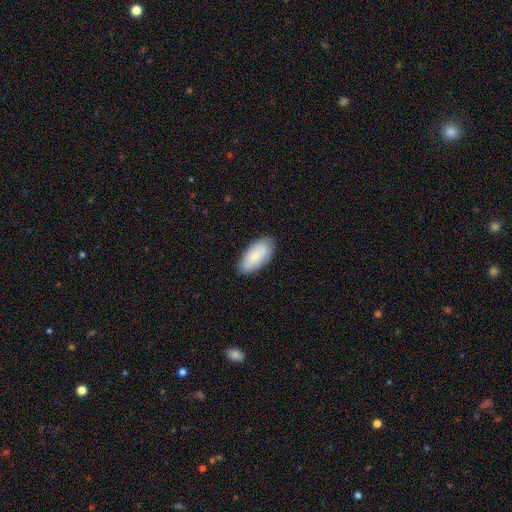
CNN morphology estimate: A smooth galaxy with no disk features (82%) that is in between round and cigar-shaped (93%). Merging: none (85%).